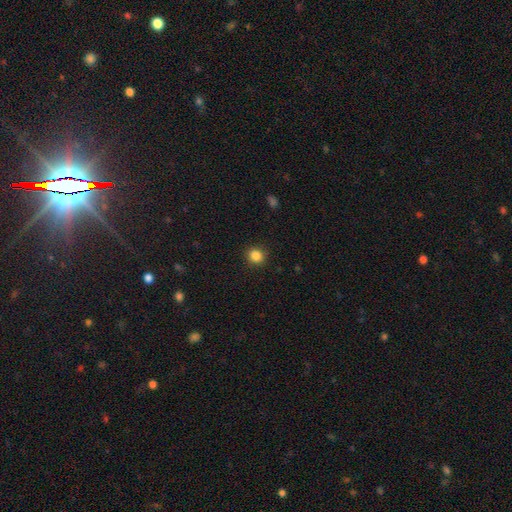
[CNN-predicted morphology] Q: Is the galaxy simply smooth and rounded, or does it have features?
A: smooth — 85%.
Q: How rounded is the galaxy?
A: round — 88%.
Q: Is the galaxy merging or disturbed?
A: none — 90%.